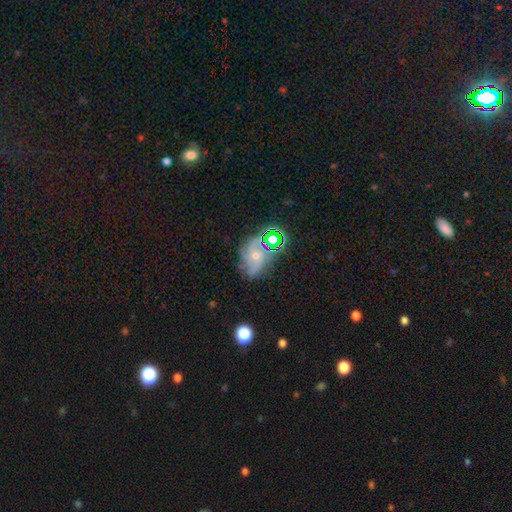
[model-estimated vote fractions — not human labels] Smooth or featured? Predicted: featured or disk (p=0.67). Edge-on disk? Predicted: no (p=0.97). Bar? Predicted: no (p=0.75). Spiral arms? Predicted: yes (p=0.93). Spiral winding? Predicted: medium (p=0.44). Spiral arm count? Predicted: 3 (p=0.37). Bulge size? Predicted: small (p=0.53). Merging? Predicted: none (p=0.61).